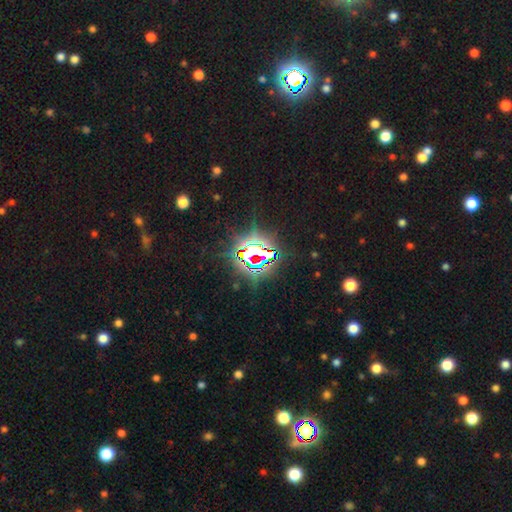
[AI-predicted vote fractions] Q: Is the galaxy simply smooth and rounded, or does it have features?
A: star or artifact — 82%.